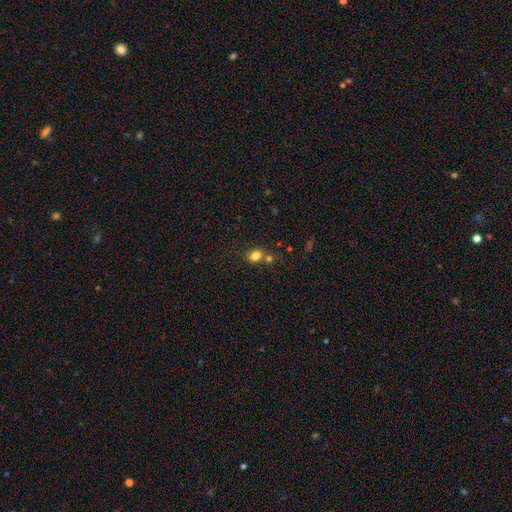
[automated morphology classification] Smooth or featured: smooth — 80% (star or artifact — 12%)
How rounded: in between — 57% (round — 42%)
Merging: none — 57% (merger — 27%)